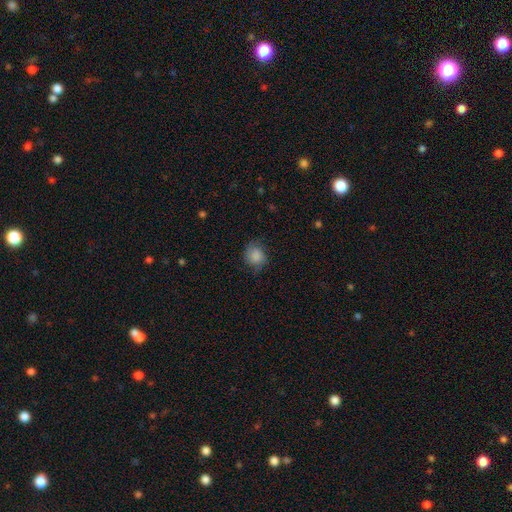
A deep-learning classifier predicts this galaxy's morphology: This appears to be a smooth galaxy with no disk features (80%) that is round (73%). Merging: none (69%).